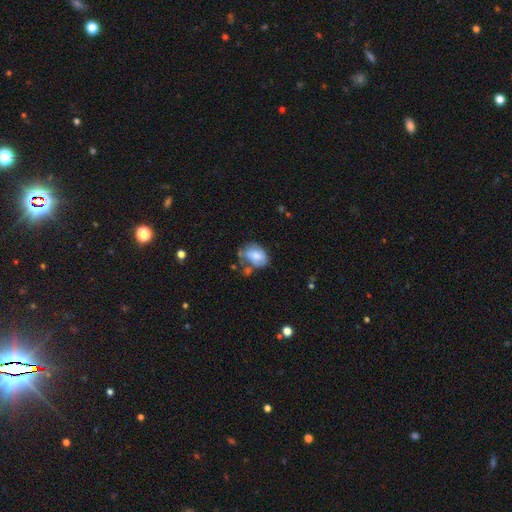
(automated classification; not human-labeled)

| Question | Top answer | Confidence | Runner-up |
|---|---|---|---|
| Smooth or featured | smooth | 70% | featured or disk (22%) |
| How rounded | in between | 76% | round (23%) |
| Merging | none | 45% | minor disturbance (29%) |